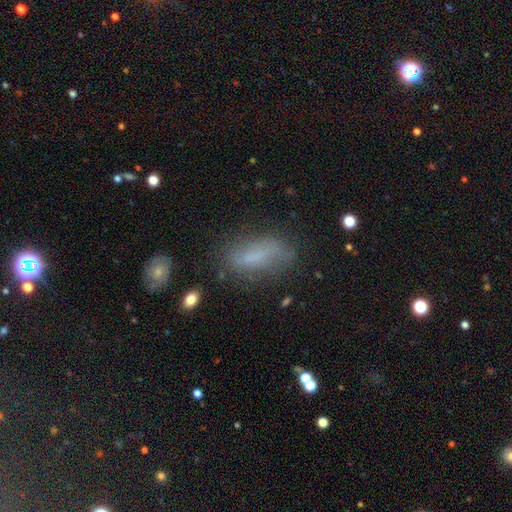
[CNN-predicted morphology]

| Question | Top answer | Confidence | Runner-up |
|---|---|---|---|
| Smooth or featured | smooth | 66% | featured or disk (22%) |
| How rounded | in between | 70% | cigar-shaped (27%) |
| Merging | none | 65% | minor disturbance (22%) |